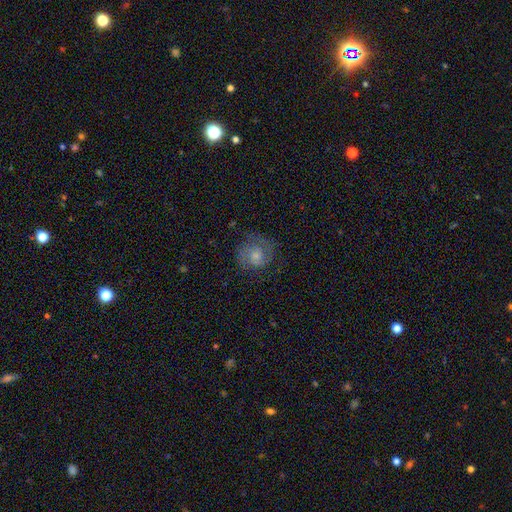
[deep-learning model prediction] smooth-or-featured: featured or disk: 65% | smooth: 24% | star or artifact: 11%
  disk-edge-on: no: 98% | yes: 2%
    bar: no: 69% | weak: 27% | strong: 4%
    has-spiral-arms: yes: 90% | no: 10%
      spiral-winding: tight: 49% | medium: 39% | loose: 11%
      spiral-arm-count: 2: 69% | can't tell: 17% | 1: 5% | 3: 5% | 4: 2% | more than 4: 2%
    bulge-size: moderate: 45% | small: 42% | large: 6% | none: 6% | dominant: 1%
  merging: none: 75% | minor disturbance: 16% | major disturbance: 8% | merger: 1%